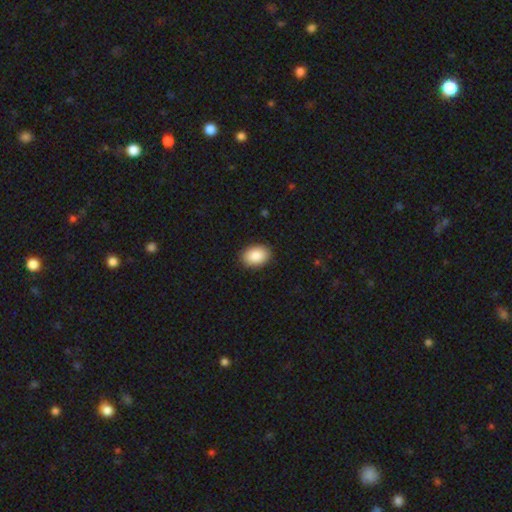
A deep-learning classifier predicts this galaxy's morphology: Q: Smooth or featured?
A: smooth (90%); runner-up: star or artifact (6%)
Q: How rounded?
A: in between (82%); runner-up: round (17%)
Q: Merging?
A: none (90%); runner-up: minor disturbance (7%)